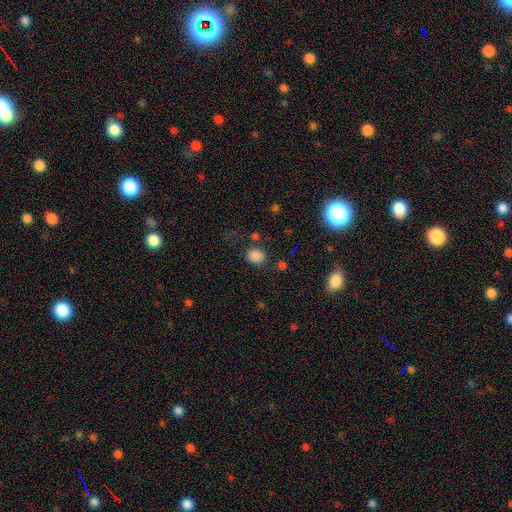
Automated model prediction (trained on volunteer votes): smooth-or-featured: smooth: 82% | star or artifact: 14% | featured or disk: 4%
  how-rounded: round: 58% | in between: 41% | cigar-shaped: 1%
  merging: none: 76% | minor disturbance: 14% | major disturbance: 6% | merger: 4%